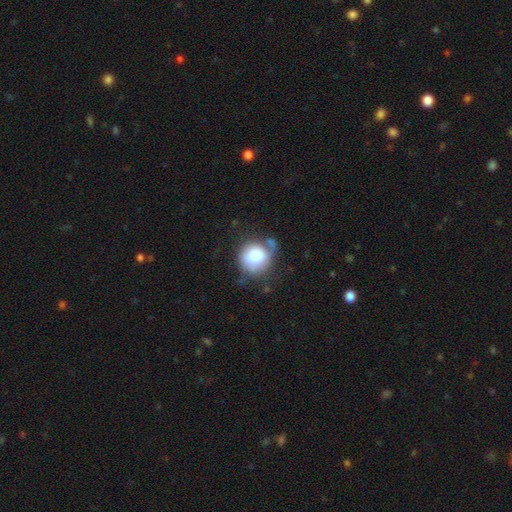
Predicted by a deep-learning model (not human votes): smooth_or_featured: smooth (p=0.75) [alt: featured or disk p=0.17]
how_rounded: round (p=0.86) [alt: in between p=0.13]
merging: none (p=0.43) [alt: minor disturbance p=0.29]